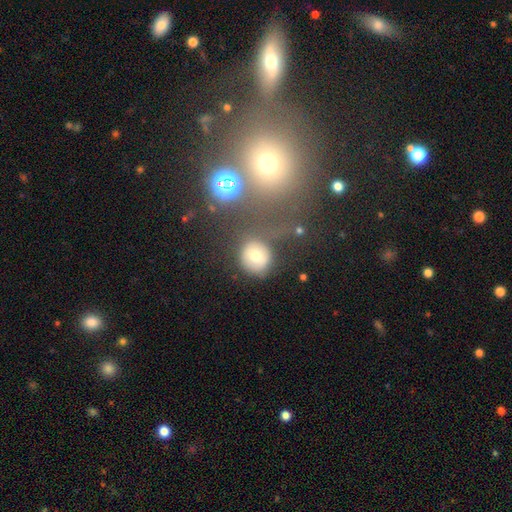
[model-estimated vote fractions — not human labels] Q: Smooth or featured?
A: smooth (66%); runner-up: featured or disk (19%)
Q: How rounded?
A: round (85%); runner-up: in between (14%)
Q: Merging?
A: none (72%); runner-up: minor disturbance (15%)